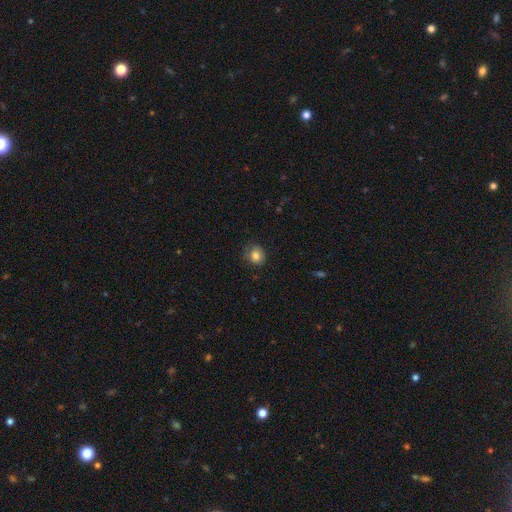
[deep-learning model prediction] A smooth galaxy with no disk features (83%) that is round (73%).

Vote fractions:
- Smooth or featured? smooth: 83% / star or artifact: 10% / featured or disk: 7%
- How rounded? round: 73% / in between: 26% / cigar-shaped: 1%
- Merging? none: 73% / minor disturbance: 20% / major disturbance: 5% / merger: 1%